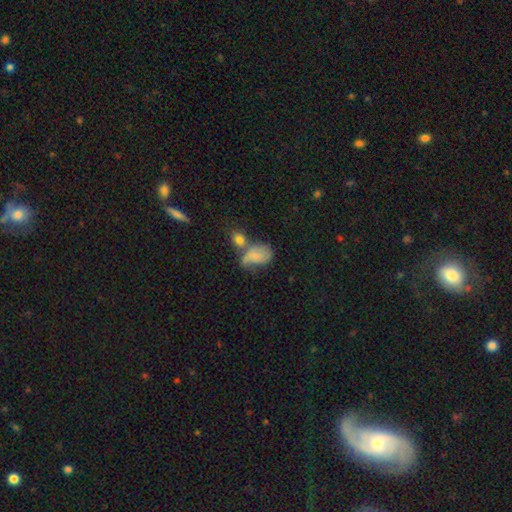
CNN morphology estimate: Smooth or featured?
  - smooth: 66% *
  - featured or disk: 24%
  - star or artifact: 10%
How rounded?
  - in between: 83% *
  - round: 15%
  - cigar-shaped: 2%
Merging?
  - merger: 40% *
  - none: 24%
  - minor disturbance: 20%
  - major disturbance: 16%